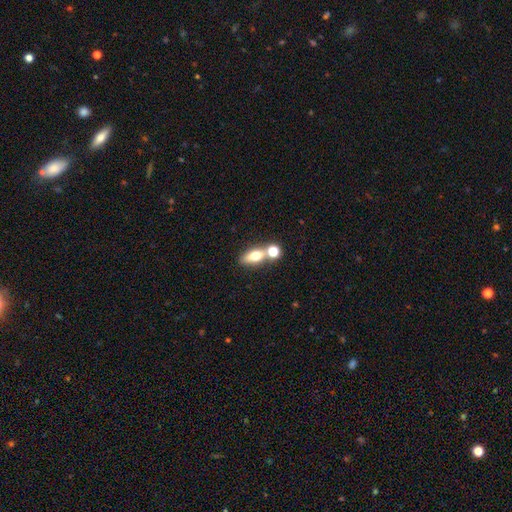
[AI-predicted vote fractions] A smooth galaxy with no disk features (66%) that is in between round and cigar-shaped (66%). Merging: none (50%).